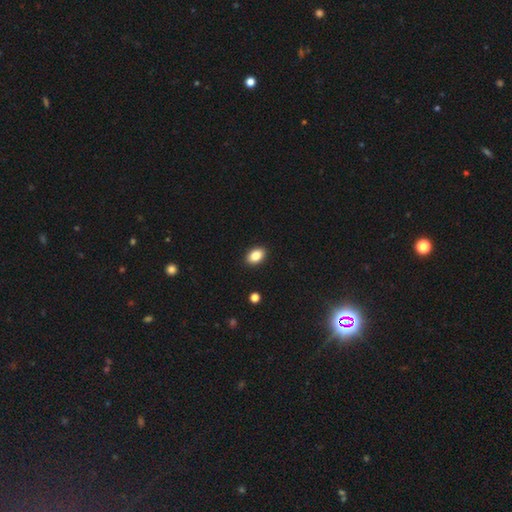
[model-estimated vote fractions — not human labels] A smooth galaxy with no disk features (85%) that is in between round and cigar-shaped (87%).

Vote fractions:
- Smooth or featured? smooth: 85% / star or artifact: 8% / featured or disk: 6%
- How rounded? in between: 87% / round: 11% / cigar-shaped: 1%
- Merging? none: 91% / minor disturbance: 6% / major disturbance: 2% / merger: 1%